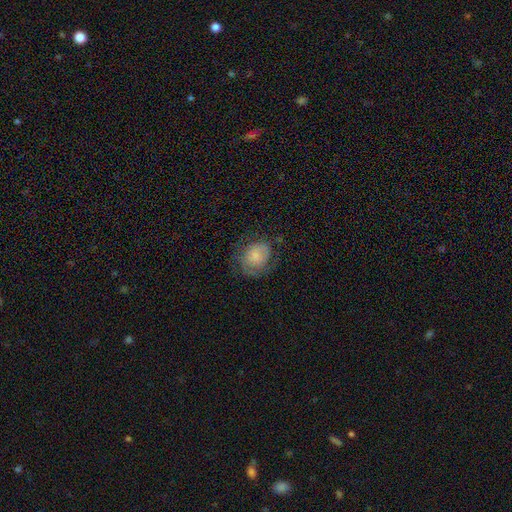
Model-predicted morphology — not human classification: Smooth or featured? Predicted: smooth (p=0.63). How rounded? Predicted: round (p=0.57). Merging? Predicted: none (p=0.55).